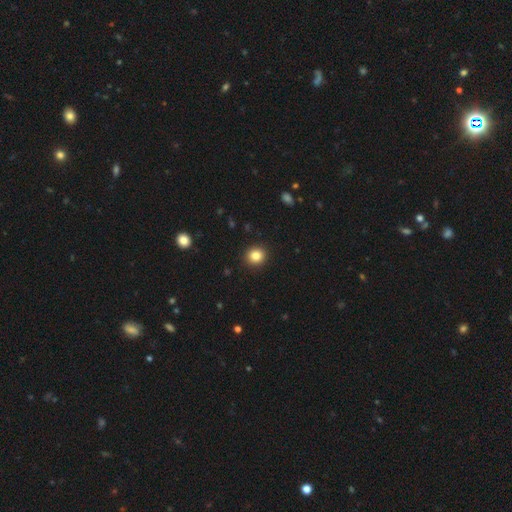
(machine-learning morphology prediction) Smooth or featured? smooth (85%)
How rounded? round (87%)
Merging? none (92%)